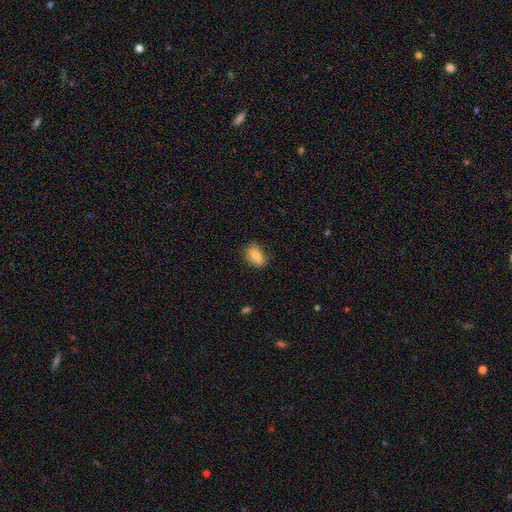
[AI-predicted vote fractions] Smooth or featured?
  - smooth: 81% *
  - featured or disk: 11%
  - star or artifact: 8%
How rounded?
  - in between: 85% *
  - round: 12%
  - cigar-shaped: 3%
Merging?
  - none: 77% *
  - minor disturbance: 18%
  - major disturbance: 4%
  - merger: 1%